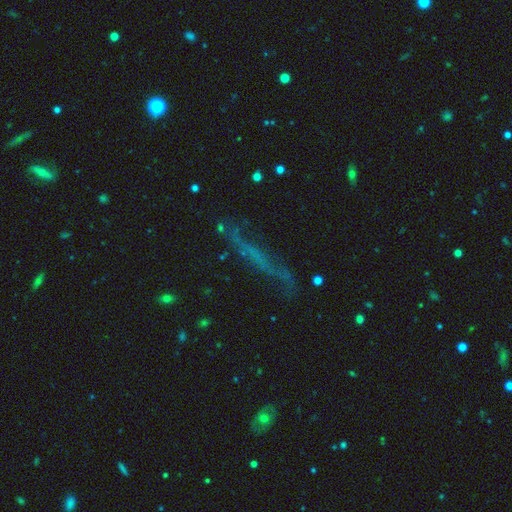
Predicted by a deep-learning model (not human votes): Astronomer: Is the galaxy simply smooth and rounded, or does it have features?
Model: featured or disk — 49% (runner-up: smooth, 31%).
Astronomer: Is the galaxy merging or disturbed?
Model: none — 63%.